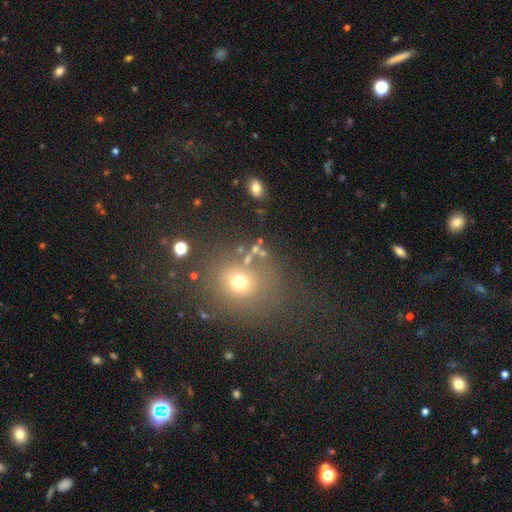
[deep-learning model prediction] A smooth galaxy with no disk features (62%) that is round (70%).

Vote fractions:
- Smooth or featured? smooth: 62% / star or artifact: 26% / featured or disk: 12%
- How rounded? round: 70% / in between: 28% / cigar-shaped: 1%
- Merging? none: 71% / minor disturbance: 13% / major disturbance: 9% / merger: 7%